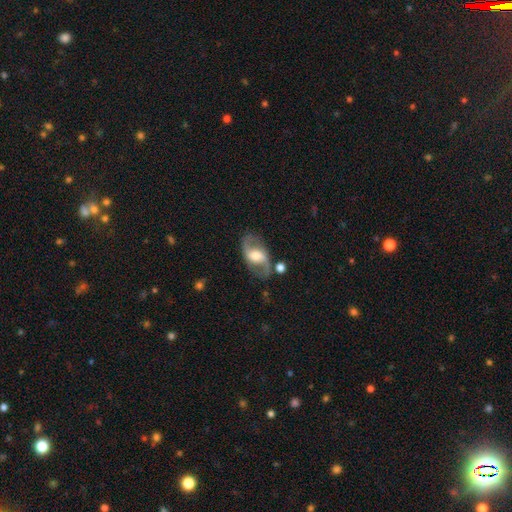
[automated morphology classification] This appears to be a featured or disk galaxy (80%) with a weak bar (45%), 2 (92%) loose (52%) spiral arms (91%) and a moderate central bulge (56%). Merging: none (75%).